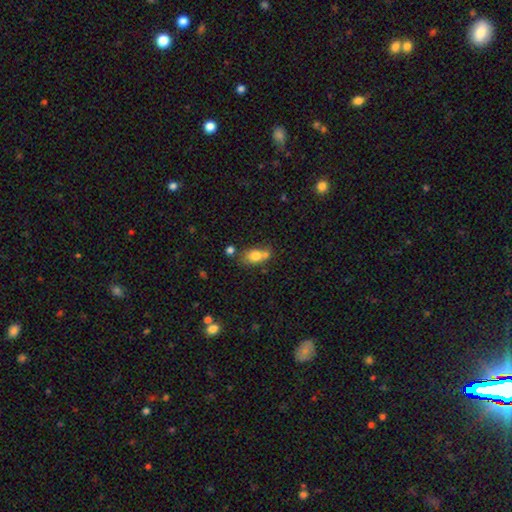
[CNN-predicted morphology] smooth-or-featured: smooth: 76% | featured or disk: 14% | star or artifact: 10%
  how-rounded: in between: 69% | round: 28% | cigar-shaped: 2%
  merging: none: 43% | merger: 34% | minor disturbance: 17% | major disturbance: 6%